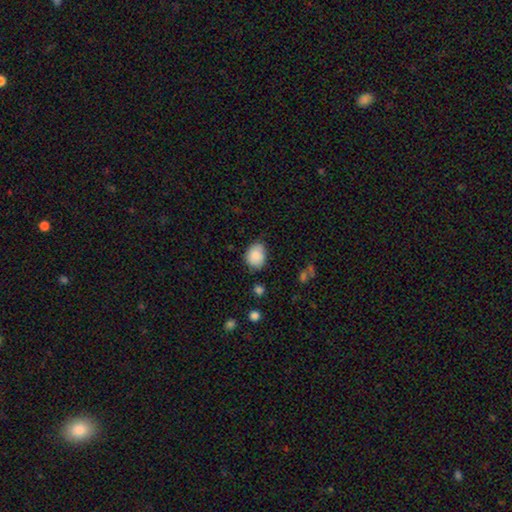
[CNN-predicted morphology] Overall: smooth (85%). How rounded: in between (55%; round 44%). Merging: none (67%).